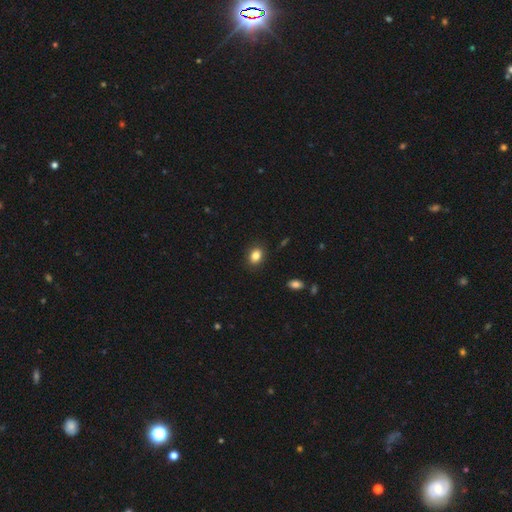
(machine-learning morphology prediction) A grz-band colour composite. It shows a smooth galaxy with no disk features (84%) that is in between round and cigar-shaped (58%). Merging: none (88%).